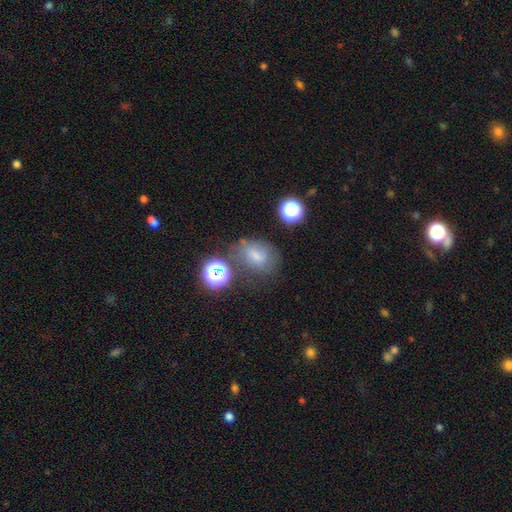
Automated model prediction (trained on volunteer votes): Smooth or featured: smooth — 64% (star or artifact — 19%)
How rounded: in between — 63% (round — 35%)
Merging: none — 57% (minor disturbance — 23%)